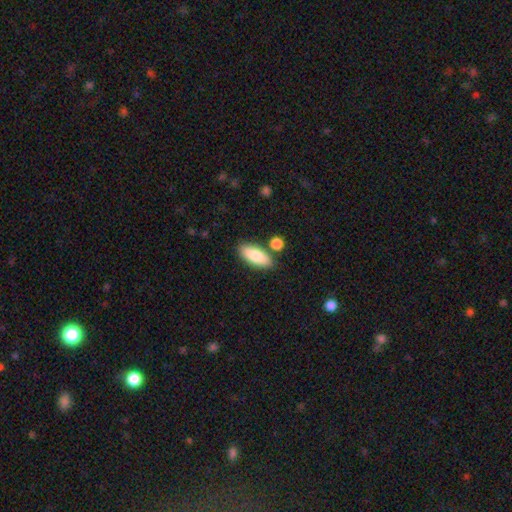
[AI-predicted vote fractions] Smooth or featured? Predicted: smooth (p=0.84). How rounded? Predicted: in between (p=0.79). Merging? Predicted: none (p=0.78).